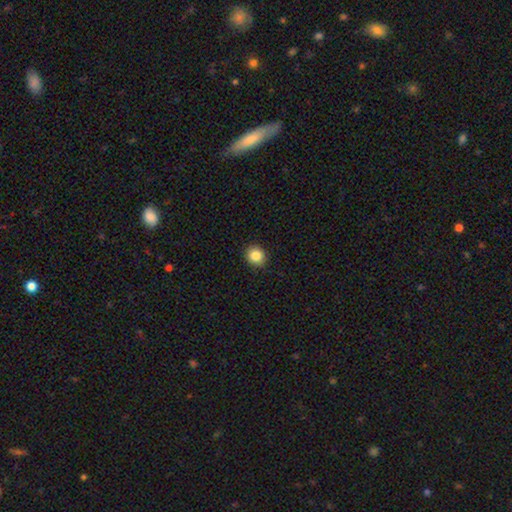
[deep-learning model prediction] Smooth or featured?
  - smooth: 85% *
  - star or artifact: 10%
  - featured or disk: 5%
How rounded?
  - round: 79% *
  - in between: 20%
  - cigar-shaped: 1%
Merging?
  - none: 90% *
  - minor disturbance: 7%
  - major disturbance: 2%
  - merger: 1%